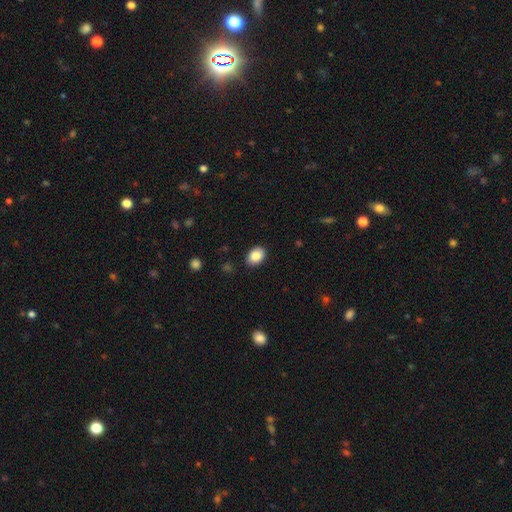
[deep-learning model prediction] smooth_or_featured: smooth (p=0.87) [alt: star or artifact p=0.08]
how_rounded: in between (p=0.76) [alt: round p=0.23]
merging: none (p=0.88) [alt: minor disturbance p=0.09]